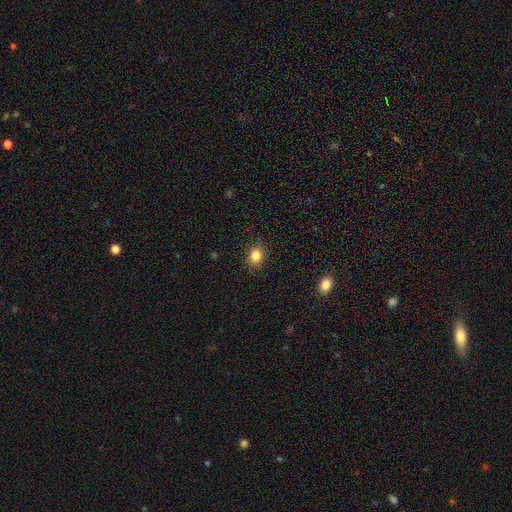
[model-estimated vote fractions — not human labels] A smooth galaxy with no disk features (85%) that is round (55%). Merging: none (88%).